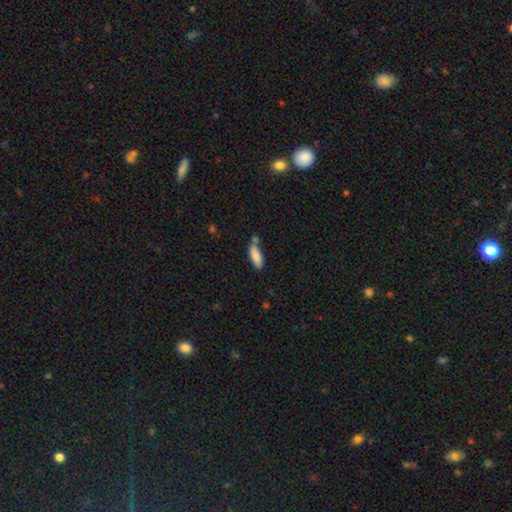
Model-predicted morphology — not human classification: type=smooth (85%); roundness=in between (68%); merging=none (51%).